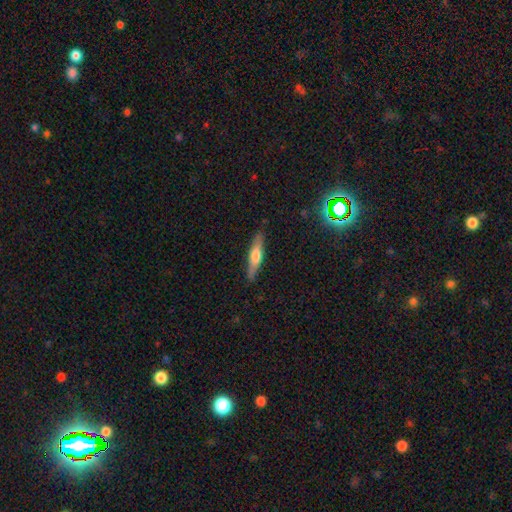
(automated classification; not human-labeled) smooth_or_featured: featured or disk (p=0.51) [alt: smooth p=0.43]
disk_edge_on: yes (p=0.94) [alt: no p=0.06]
merging: none (p=0.88) [alt: minor disturbance p=0.09]